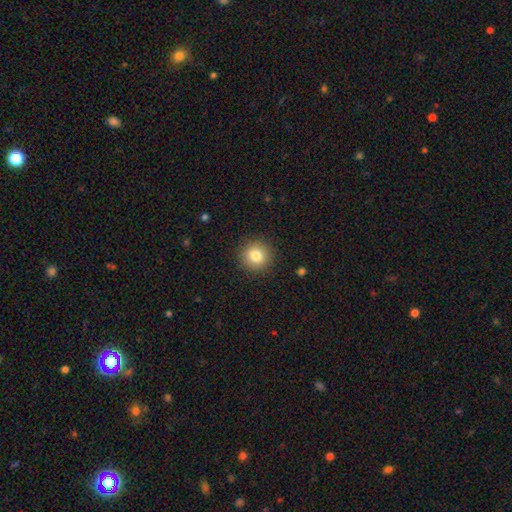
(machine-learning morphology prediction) Smooth or featured: smooth — 81% (star or artifact — 11%)
How rounded: round — 92% (in between — 7%)
Merging: none — 91% (minor disturbance — 6%)